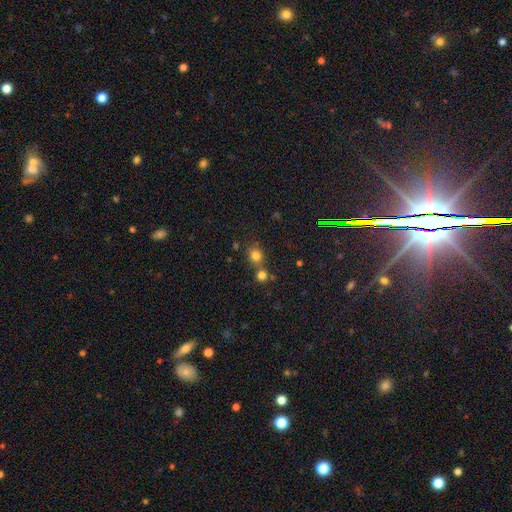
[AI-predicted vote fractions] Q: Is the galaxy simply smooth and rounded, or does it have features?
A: smooth — 76%.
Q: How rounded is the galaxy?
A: round — 82%.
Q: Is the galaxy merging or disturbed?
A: none — 58%.